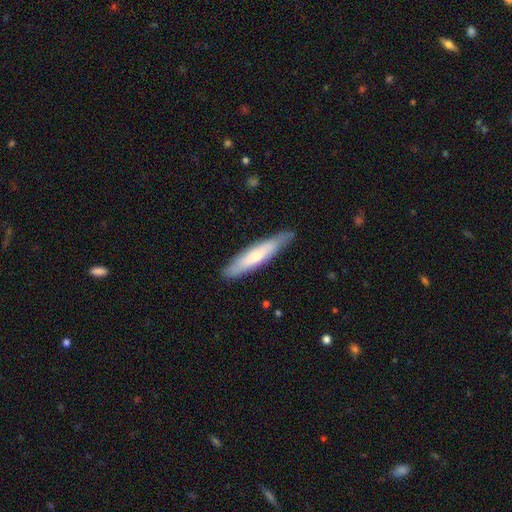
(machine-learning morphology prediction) type=smooth (52%); roundness=cigar-shaped (83%); merging=none (82%).